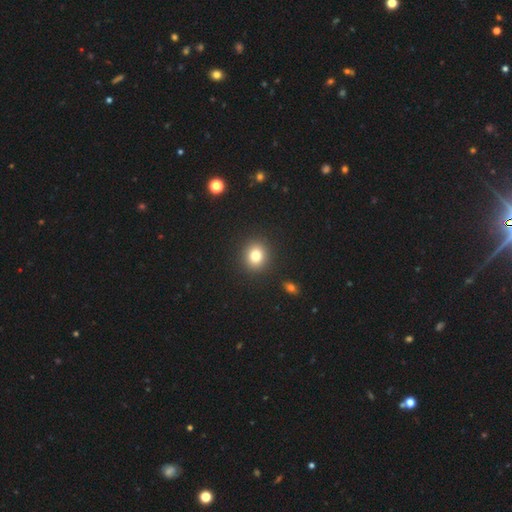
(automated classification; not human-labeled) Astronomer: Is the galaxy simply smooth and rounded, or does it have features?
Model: smooth — 80%.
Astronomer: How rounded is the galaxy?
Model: round — 83%.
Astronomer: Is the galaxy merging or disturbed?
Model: none — 91%.